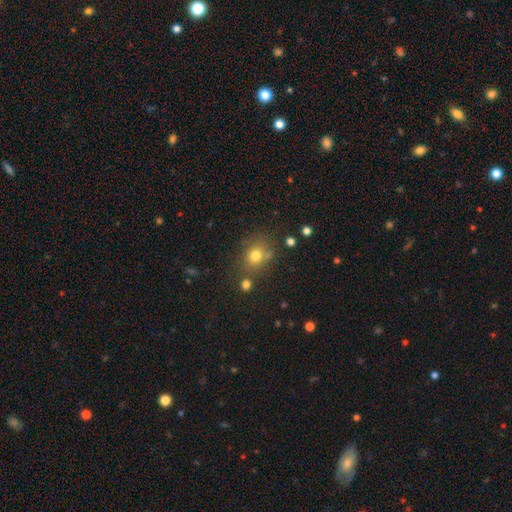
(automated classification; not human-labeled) Morphology: type=smooth (74%); roundness=round (65%); merging=none (72%).